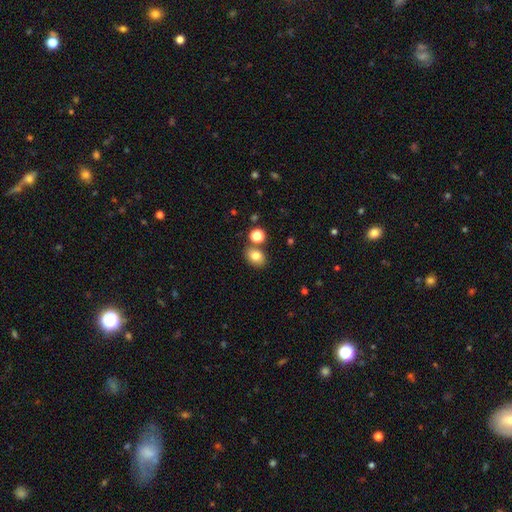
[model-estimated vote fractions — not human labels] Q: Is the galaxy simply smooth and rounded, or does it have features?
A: smooth — 79%.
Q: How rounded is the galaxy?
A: in between — 54%.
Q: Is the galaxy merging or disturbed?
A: none — 73%.